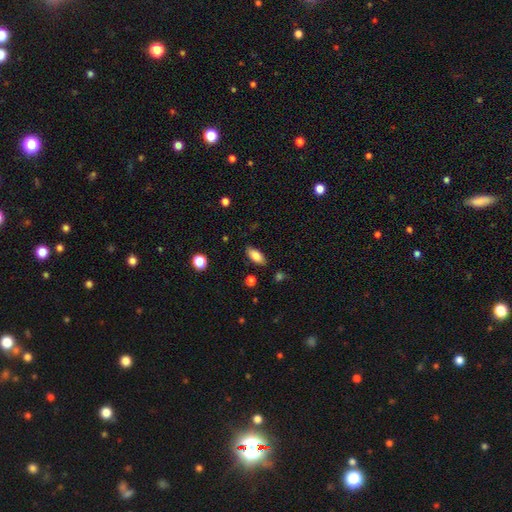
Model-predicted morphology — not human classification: The model was most divided on "smooth or featured": smooth: 82%, featured or disk: 10%, star or artifact: 8%. More confident: how rounded — in between (87%); merging — none (85%).